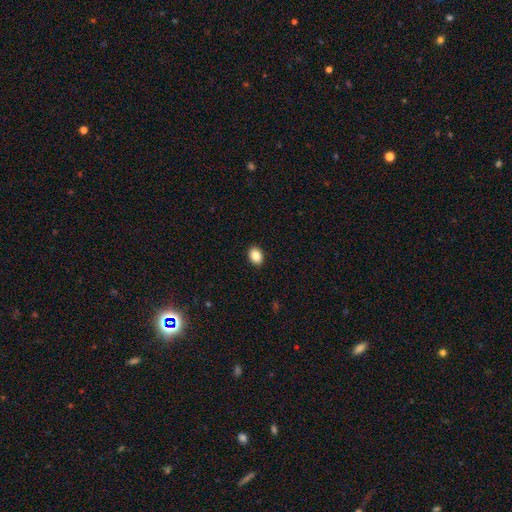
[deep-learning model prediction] Morphology: type=smooth (87%); roundness=in between (70%); merging=none (91%).